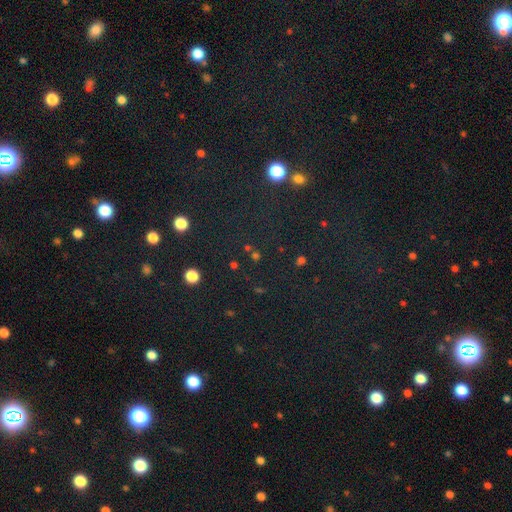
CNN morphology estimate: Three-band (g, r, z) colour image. It shows a star or artifact, not a galaxy (56%).